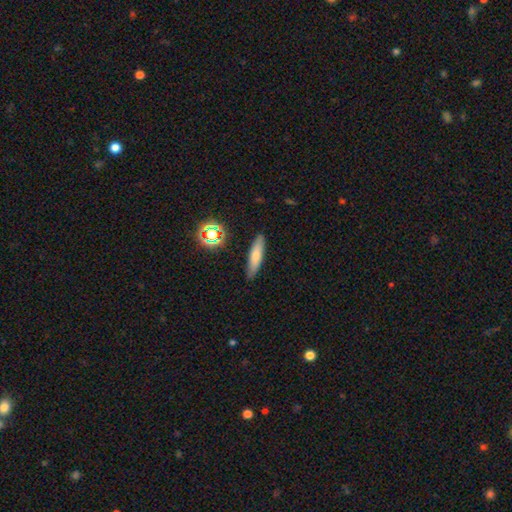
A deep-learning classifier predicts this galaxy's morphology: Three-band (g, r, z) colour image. It shows a smooth galaxy with no disk features (68%) that is cigar-shaped (77%). Merging: none (87%).